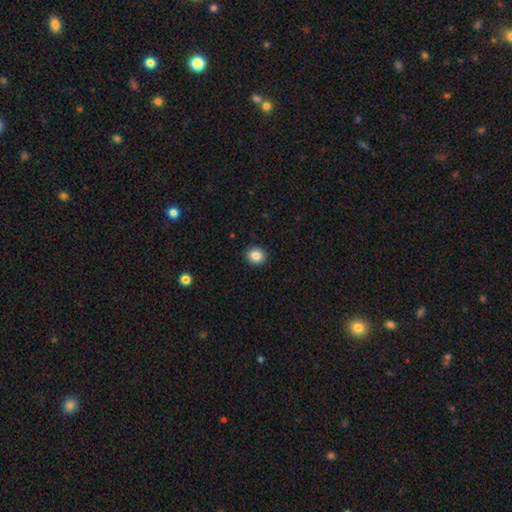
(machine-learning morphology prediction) Smooth or featured?
  - smooth: 86% *
  - star or artifact: 10%
  - featured or disk: 4%
How rounded?
  - round: 80% *
  - in between: 19%
  - cigar-shaped: 1%
Merging?
  - none: 92% *
  - minor disturbance: 6%
  - major disturbance: 2%
  - merger: 1%